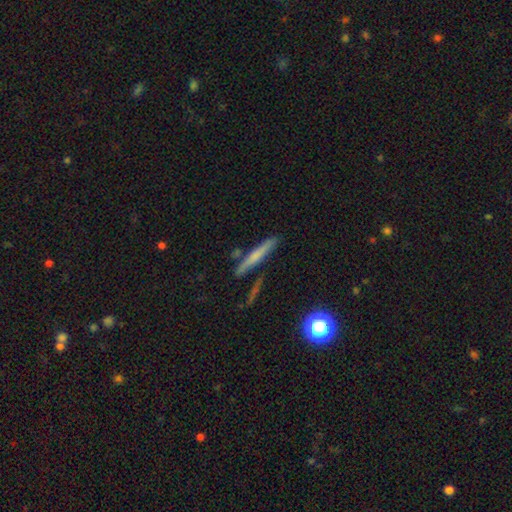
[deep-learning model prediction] Morphology: type=smooth (48%); merging=none (82%).